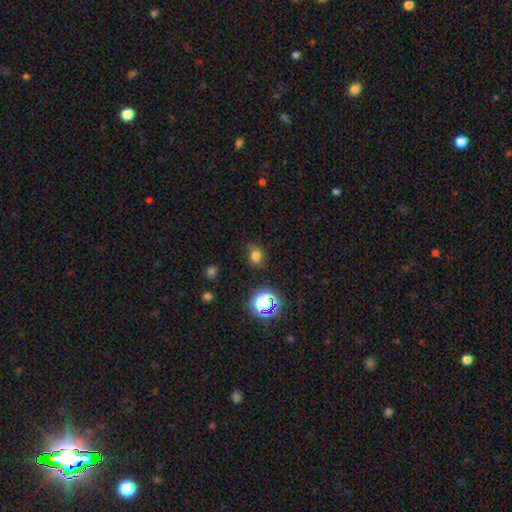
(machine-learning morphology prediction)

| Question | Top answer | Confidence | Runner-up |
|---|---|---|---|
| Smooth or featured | smooth | 74% | star or artifact (20%) |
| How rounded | round | 51% | in between (48%) |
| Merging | none | 75% | minor disturbance (18%) |